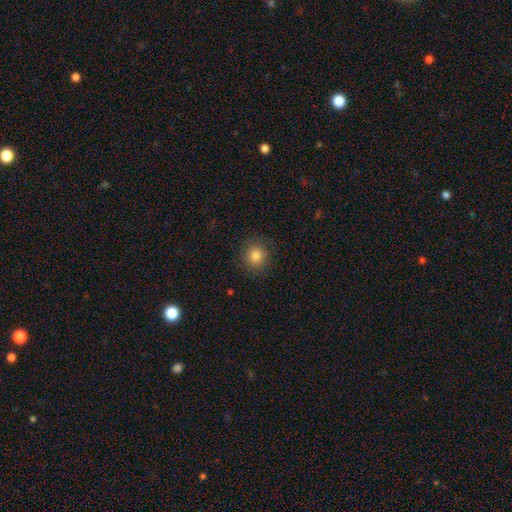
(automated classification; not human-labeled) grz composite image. It shows a smooth galaxy with no disk features (82%) that is round (89%). Merging: none (88%).